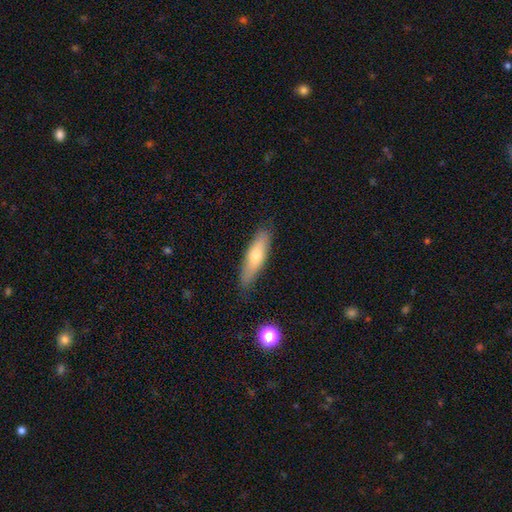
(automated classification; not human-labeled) Q: Smooth or featured?
A: smooth (63%); runner-up: featured or disk (30%)
Q: How rounded?
A: cigar-shaped (66%); runner-up: in between (31%)
Q: Merging?
A: none (83%); runner-up: minor disturbance (13%)